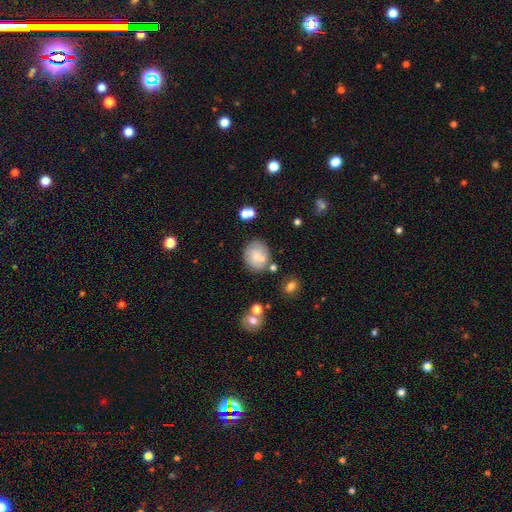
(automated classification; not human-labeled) Smooth or featured? Predicted: smooth (p=0.71). How rounded? Predicted: round (p=0.72). Merging? Predicted: none (p=0.71).